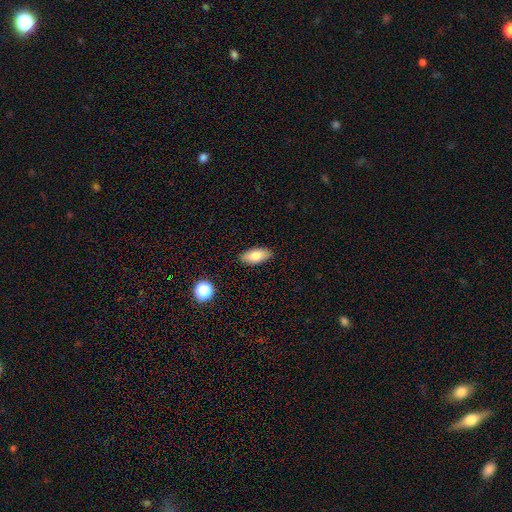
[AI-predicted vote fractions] smooth_or_featured: smooth (p=0.78) [alt: featured or disk p=0.14]
how_rounded: in between (p=0.89) [alt: cigar-shaped p=0.07]
merging: none (p=0.89) [alt: minor disturbance p=0.08]